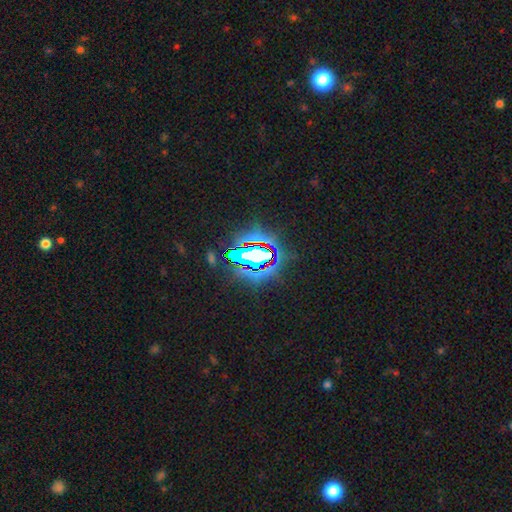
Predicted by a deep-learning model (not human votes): smooth-or-featured: star or artifact: 74% | smooth: 14% | featured or disk: 12%